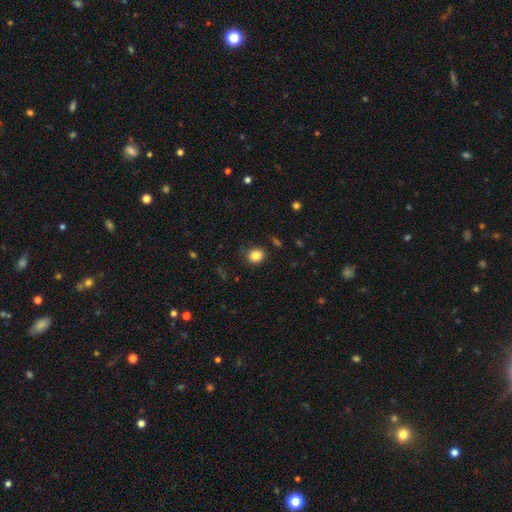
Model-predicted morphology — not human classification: type=smooth (84%); roundness=round (73%); merging=none (86%).